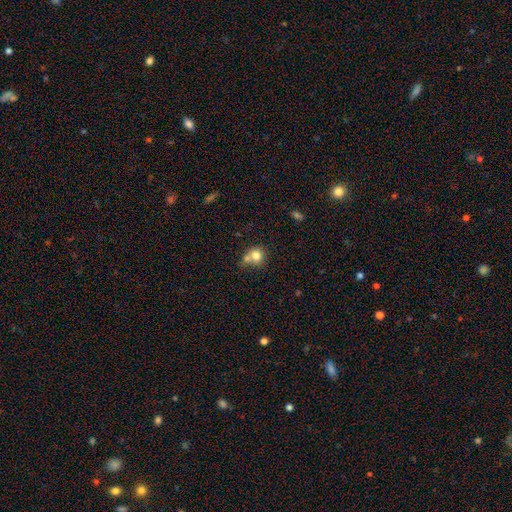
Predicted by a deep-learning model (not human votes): smooth 78%, featured or disk 12%, star or artifact 11%. Down the decision tree: how rounded — round (82%); merging — none (43%).